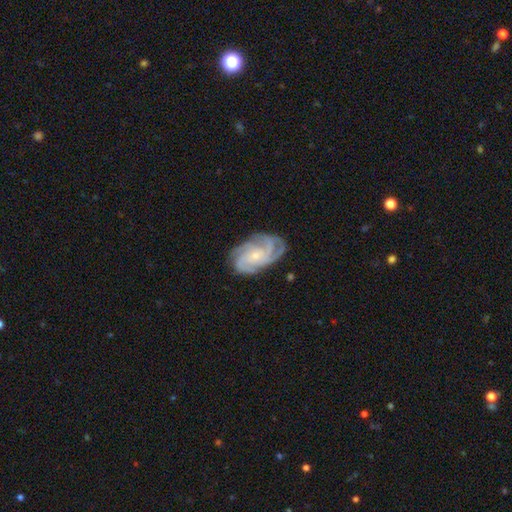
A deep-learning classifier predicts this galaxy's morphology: type=featured or disk (88%); edge-on=no (97%); bar=no (72%); spiral arms=yes (98%); winding=tight (62%); arm count=4 (44%); bulge=small (73%); merging=none (77%).